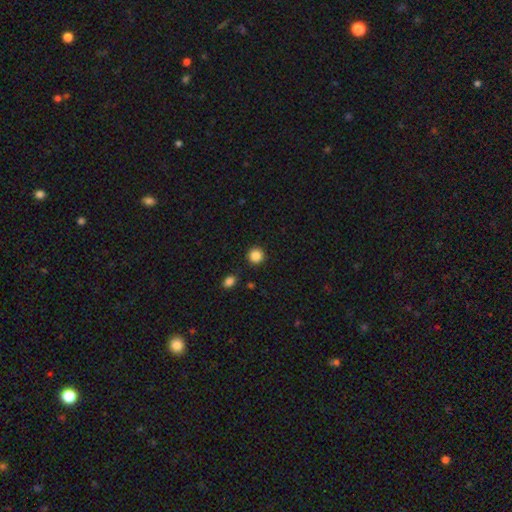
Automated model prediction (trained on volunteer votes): Q: Smooth or featured?
A: smooth (86%); runner-up: star or artifact (10%)
Q: How rounded?
A: round (94%); runner-up: in between (5%)
Q: Merging?
A: none (91%); runner-up: minor disturbance (5%)